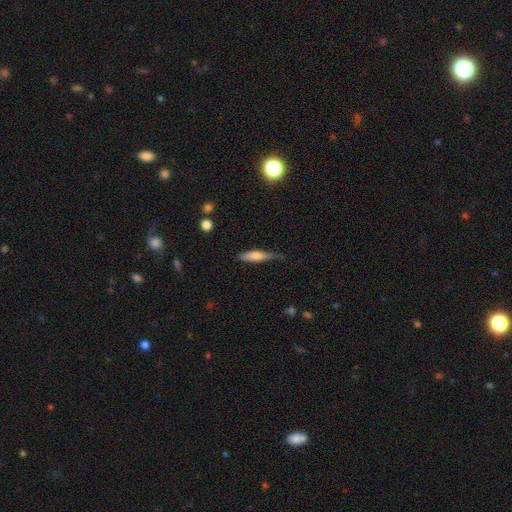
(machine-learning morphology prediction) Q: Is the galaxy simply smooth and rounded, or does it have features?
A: smooth — 68%.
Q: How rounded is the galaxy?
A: cigar-shaped — 71%.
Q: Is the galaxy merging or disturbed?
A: none — 47%.